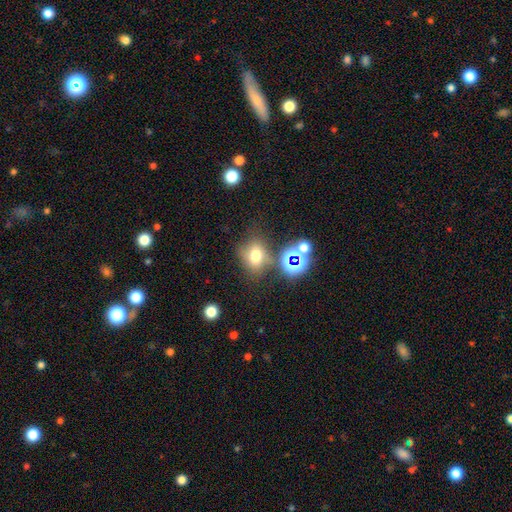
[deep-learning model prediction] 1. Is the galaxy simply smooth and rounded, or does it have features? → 65% smooth, 21% star or artifact, 14% featured or disk.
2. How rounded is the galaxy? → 49% round (tied), 49% in between (tied), 2% cigar-shaped.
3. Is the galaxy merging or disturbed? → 63% none, 16% minor disturbance, 12% merger, 8% major disturbance.